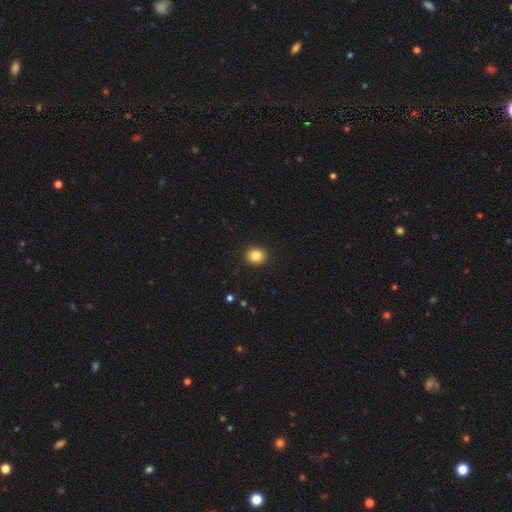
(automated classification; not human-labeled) Morphology: type=smooth (85%); roundness=round (80%); merging=none (92%).